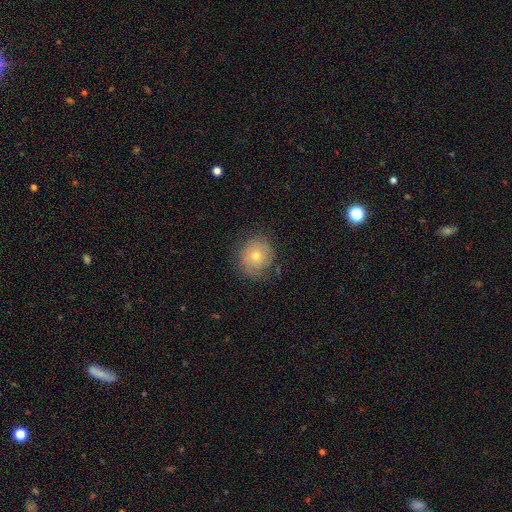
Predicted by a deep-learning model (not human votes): This is possibly a smooth galaxy (57%). How rounded: clearly round (88%). Merging: likely none (75%).